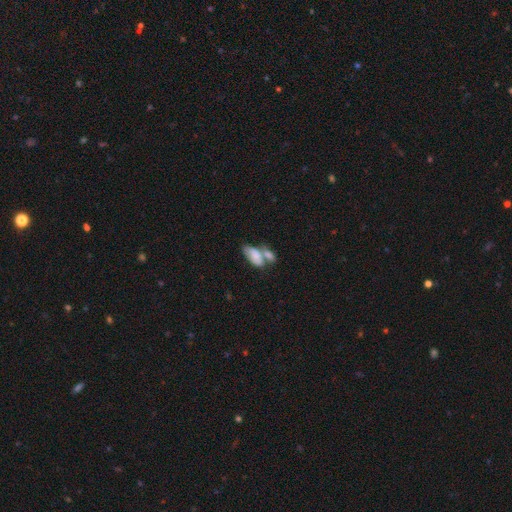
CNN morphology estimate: Smooth or featured? Predicted: smooth (p=0.73). How rounded? Predicted: in between (p=0.91). Merging? Predicted: merger (p=0.60).